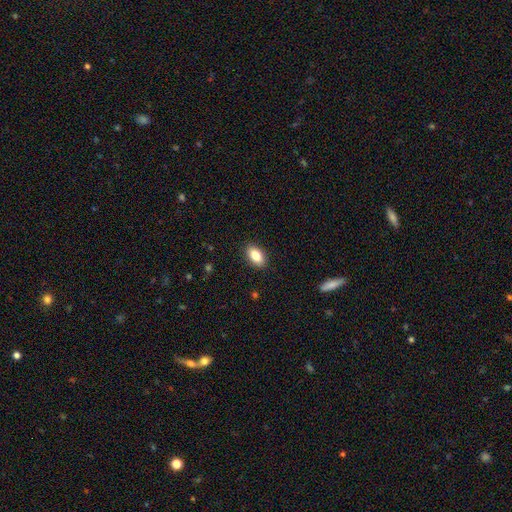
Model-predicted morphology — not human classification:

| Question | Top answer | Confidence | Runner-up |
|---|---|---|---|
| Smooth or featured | smooth | 84% | featured or disk (8%) |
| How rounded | in between | 92% | round (6%) |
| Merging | none | 90% | minor disturbance (8%) |